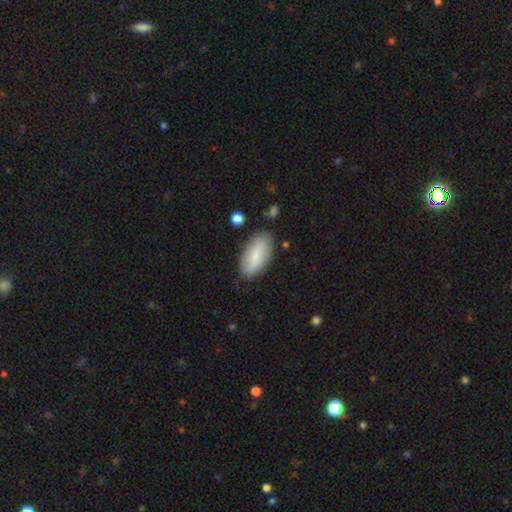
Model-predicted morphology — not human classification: type=smooth (76%); roundness=in between (88%); merging=none (82%).